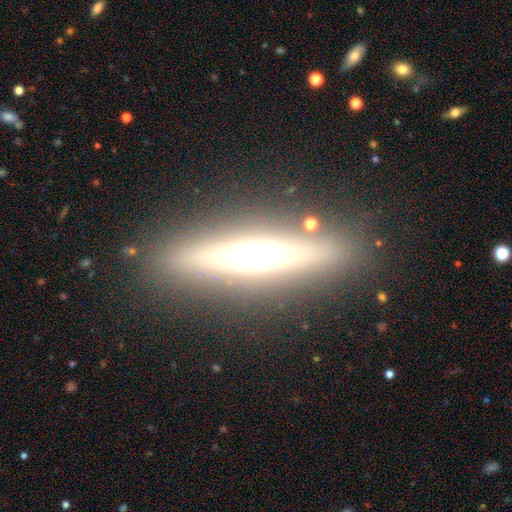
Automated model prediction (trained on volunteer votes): This is likely a featured or disk galaxy (64%). It is clearly viewed edge-on (91%). Edge-on bulge: likely rounded (78%). Merging: clearly none (87%).